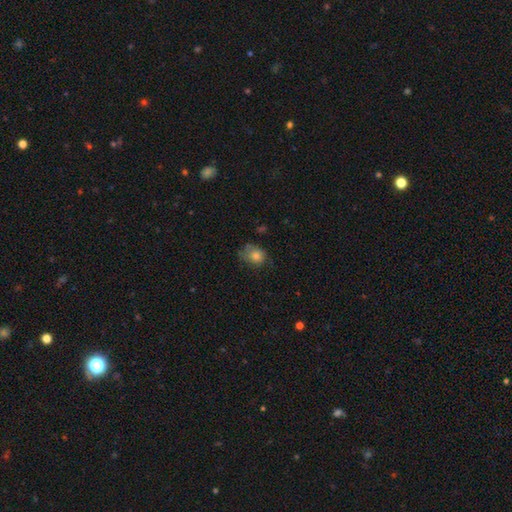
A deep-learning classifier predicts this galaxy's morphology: smooth 76%, featured or disk 13%, star or artifact 11%. Down the decision tree: how rounded — round (55%); merging — none (49%).